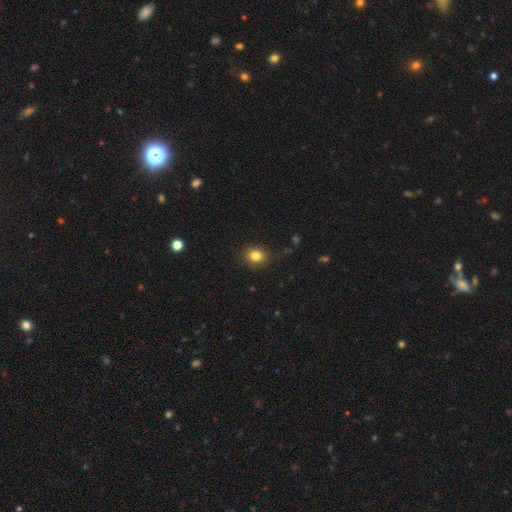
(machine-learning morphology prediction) smooth-or-featured: smooth: 82% | star or artifact: 12% | featured or disk: 6%
  how-rounded: round: 67% | in between: 32% | cigar-shaped: 1%
  merging: none: 85% | minor disturbance: 11% | major disturbance: 3% | merger: 1%